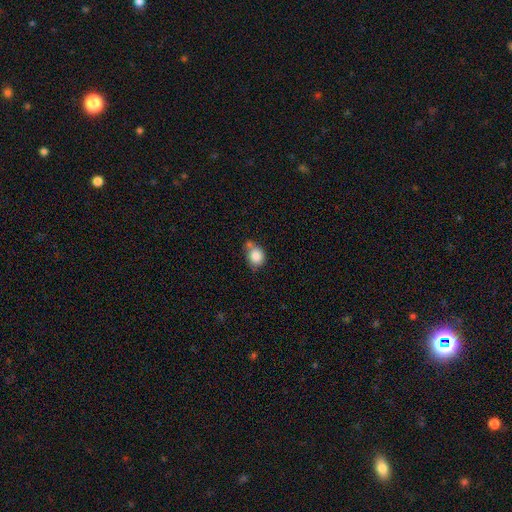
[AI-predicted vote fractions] smooth 85%, star or artifact 9%, featured or disk 6%. Down the decision tree: how rounded — round (66%); merging — none (45%).